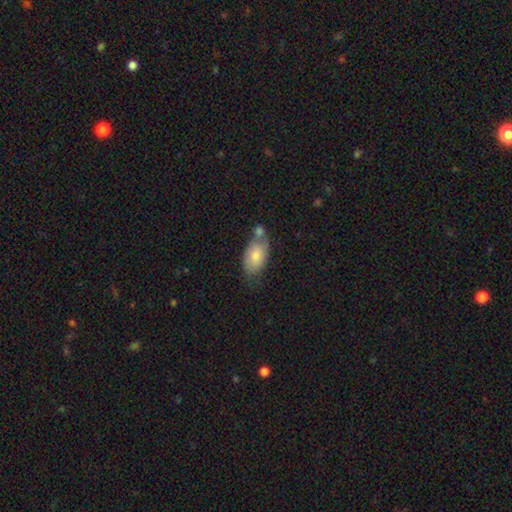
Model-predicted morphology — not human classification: Smooth or featured? Predicted: smooth (p=0.74). How rounded? Predicted: in between (p=0.91). Merging? Predicted: none (p=0.42).